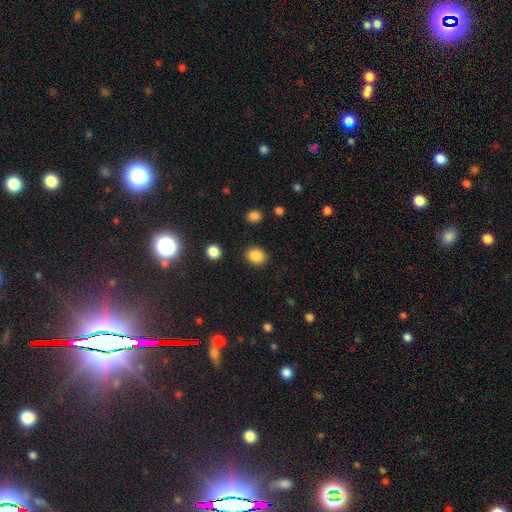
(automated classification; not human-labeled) Smooth or featured: smooth — 86% (star or artifact — 10%)
How rounded: round — 54% (in between — 45%)
Merging: none — 87% (minor disturbance — 8%)